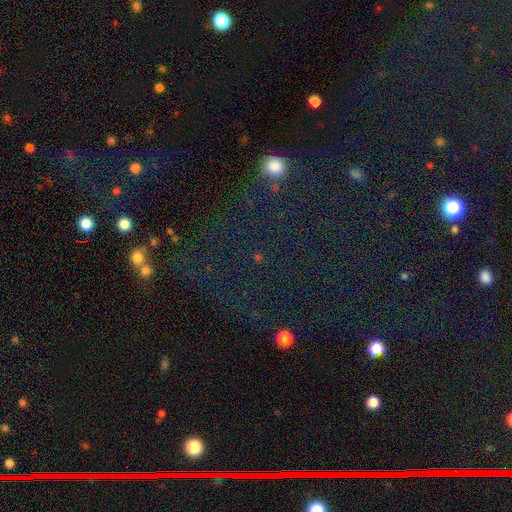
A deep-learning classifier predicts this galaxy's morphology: A star or artifact, not a galaxy (75%).